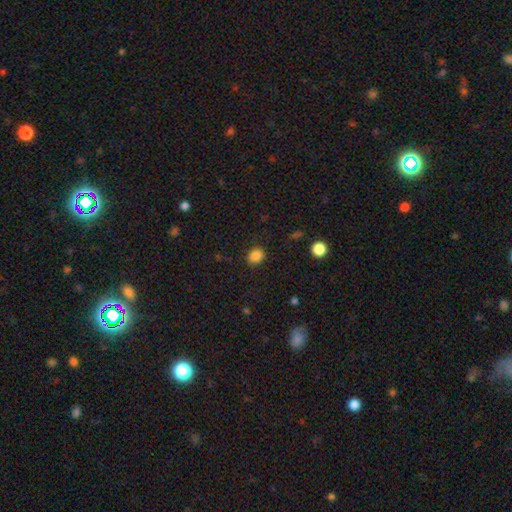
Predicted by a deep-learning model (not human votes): Morphology: type=smooth (85%); roundness=round (57%); merging=none (84%).